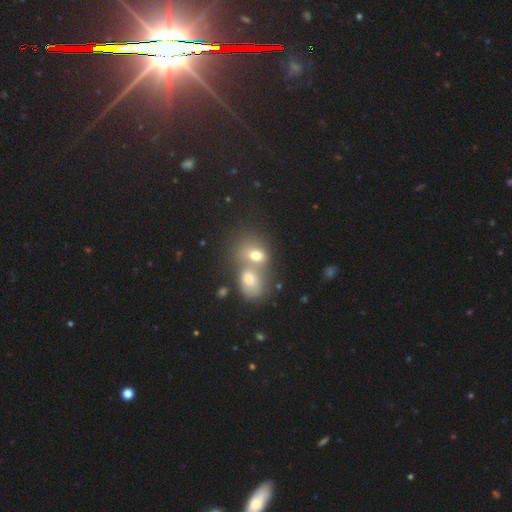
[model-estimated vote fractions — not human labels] Smooth or featured? smooth (68%)
How rounded? in between (57%)
Merging? merger (68%)